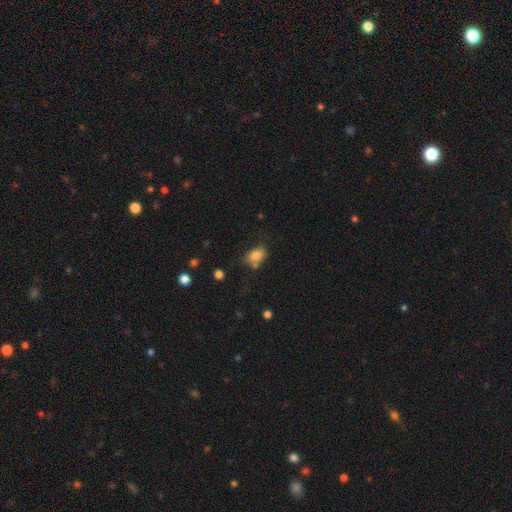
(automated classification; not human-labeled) Smooth or featured? Predicted: smooth (p=0.80). How rounded? Predicted: in between (p=0.73). Merging? Predicted: none (p=0.54).